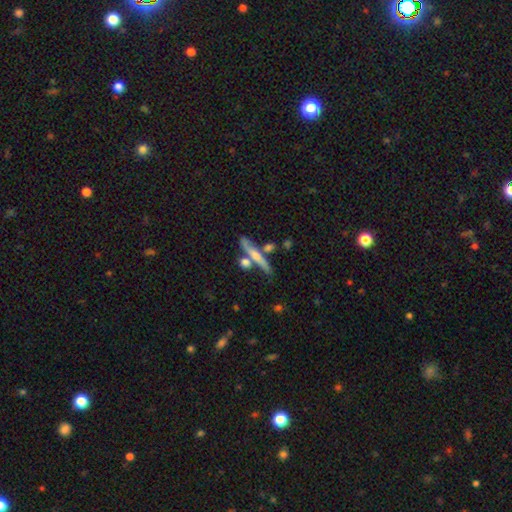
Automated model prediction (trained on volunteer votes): Smooth or featured? Predicted: featured or disk (p=0.58). Edge-on disk? Predicted: yes (p=0.92). Edge-on bulge? Predicted: rounded (p=0.68). Merging? Predicted: none (p=0.65).